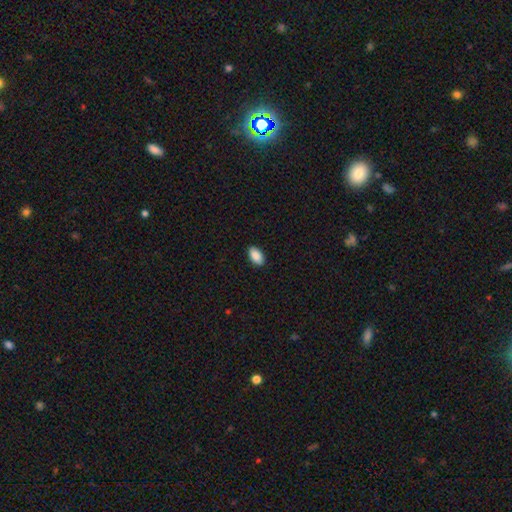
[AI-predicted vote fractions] Smooth or featured?
  - smooth: 90% *
  - star or artifact: 7%
  - featured or disk: 3%
How rounded?
  - in between: 94% *
  - round: 3%
  - cigar-shaped: 2%
Merging?
  - none: 90% *
  - minor disturbance: 8%
  - major disturbance: 2%
  - merger: 1%